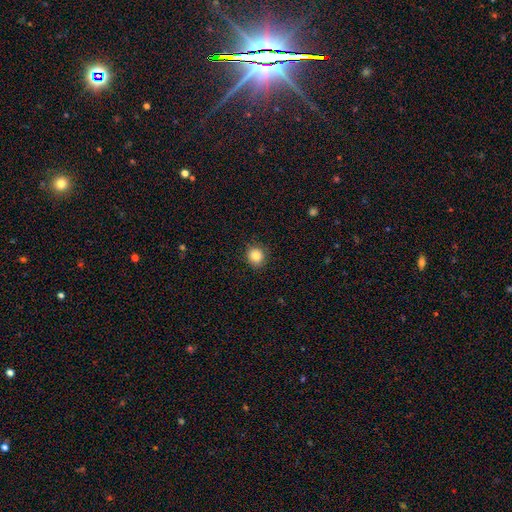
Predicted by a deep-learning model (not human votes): smooth_or_featured: smooth (p=0.84) [alt: star or artifact p=0.10]
how_rounded: round (p=0.86) [alt: in between p=0.13]
merging: none (p=0.88) [alt: minor disturbance p=0.09]